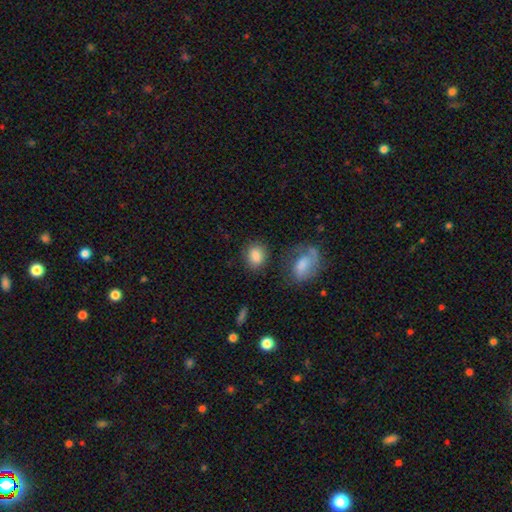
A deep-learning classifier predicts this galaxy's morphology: smooth-or-featured: smooth: 86% | star or artifact: 8% | featured or disk: 7%
  how-rounded: in between: 57% | round: 42% | cigar-shaped: 2%
  merging: none: 72% | minor disturbance: 14% | merger: 8% | major disturbance: 6%